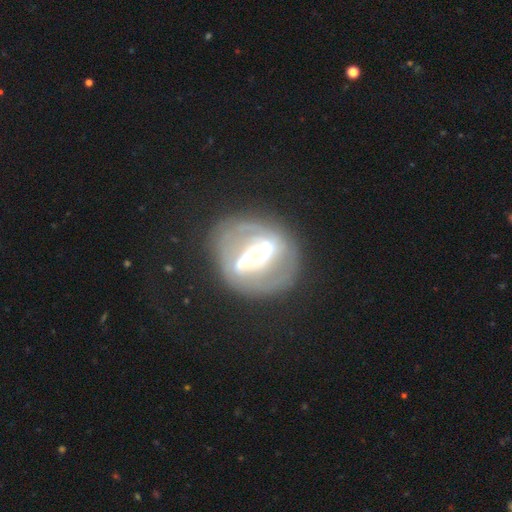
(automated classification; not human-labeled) Q: Smooth or featured?
A: featured or disk (80%); runner-up: smooth (14%)
Q: Edge-on disk?
A: no (95%); runner-up: yes (5%)
Q: Bar?
A: strong (50%); runner-up: weak (28%)
Q: Spiral arms?
A: yes (75%); runner-up: no (25%)
Q: Spiral winding?
A: medium (40%); runner-up: loose (30%)
Q: Spiral arm count?
A: 2 (78%); runner-up: can't tell (11%)
Q: Bulge size?
A: moderate (52%); runner-up: small (34%)
Q: Merging?
A: none (68%); runner-up: minor disturbance (15%)